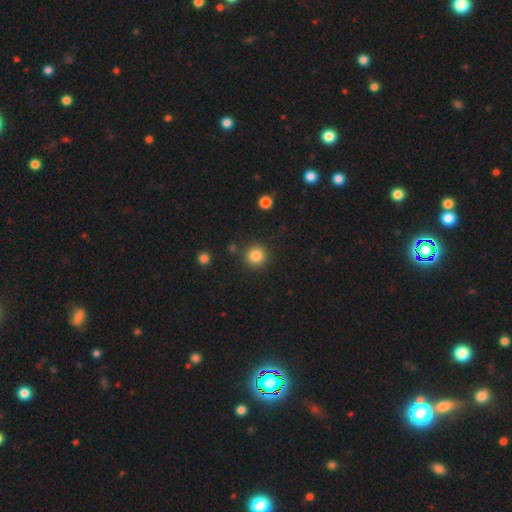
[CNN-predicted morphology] Q: Smooth or featured?
A: smooth (85%); runner-up: star or artifact (11%)
Q: How rounded?
A: round (94%); runner-up: in between (5%)
Q: Merging?
A: none (89%); runner-up: minor disturbance (6%)